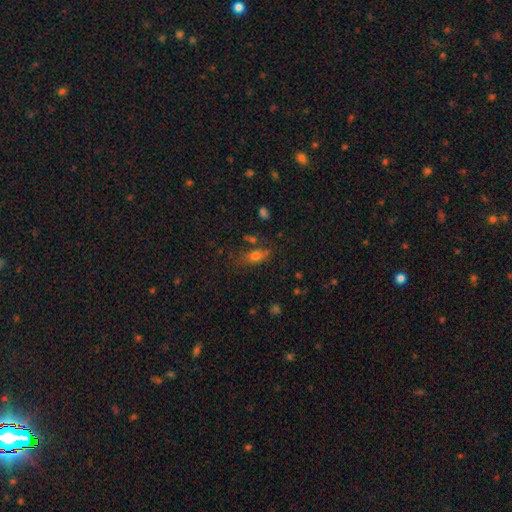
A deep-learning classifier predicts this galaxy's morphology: A smooth galaxy with no disk features (72%) that is in between round and cigar-shaped (76%). Merging: none (60%).